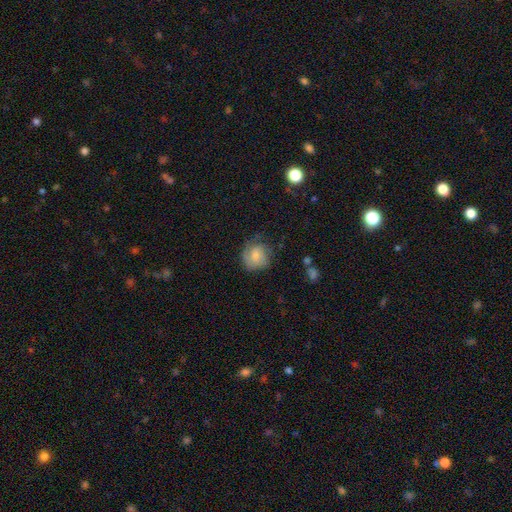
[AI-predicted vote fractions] Overall: smooth (58%; featured or disk 35%). How rounded: round (80%). Merging: none (60%; minor disturbance 26%).